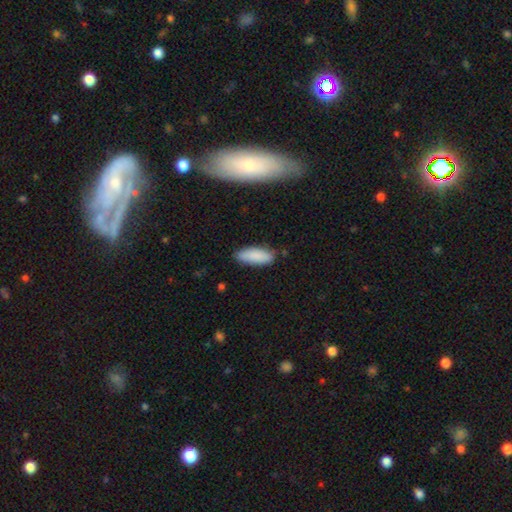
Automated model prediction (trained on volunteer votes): smooth 87%, star or artifact 7%, featured or disk 6%. Down the decision tree: how rounded — in between (72%); merging — none (80%).